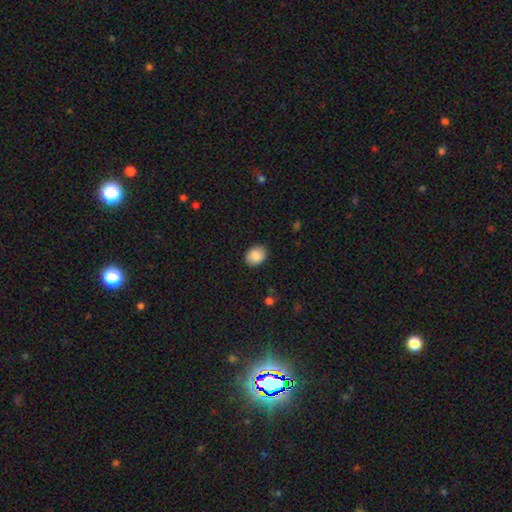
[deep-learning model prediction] Smooth or featured: smooth — 86% (star or artifact — 8%)
How rounded: in between — 55% (round — 45%)
Merging: none — 88% (minor disturbance — 9%)